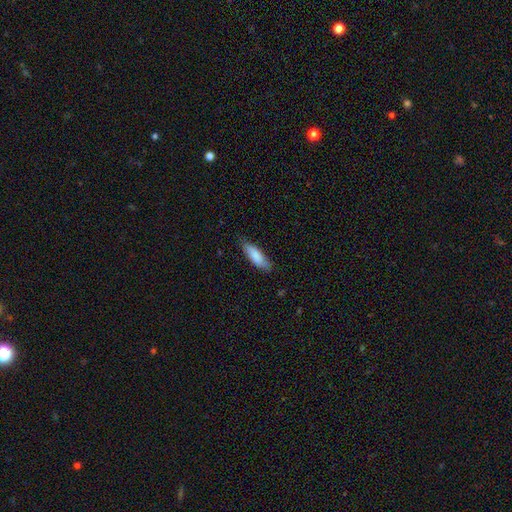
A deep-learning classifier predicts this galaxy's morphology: This is clearly a smooth galaxy (85%). How rounded: possibly in between (51%). Merging: likely none (79%).